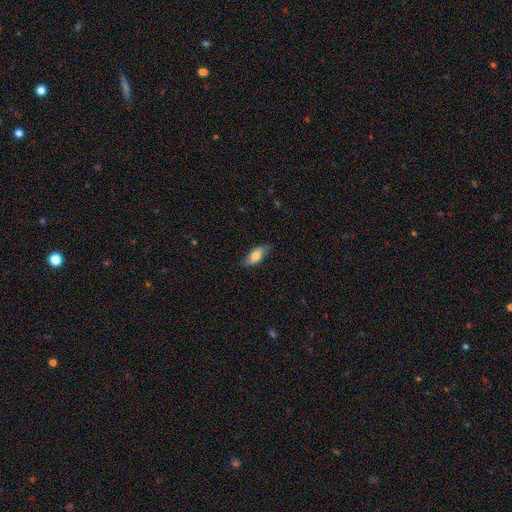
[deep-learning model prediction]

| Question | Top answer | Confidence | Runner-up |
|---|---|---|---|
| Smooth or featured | smooth | 68% | featured or disk (25%) |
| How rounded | in between | 78% | cigar-shaped (18%) |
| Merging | none | 76% | minor disturbance (19%) |